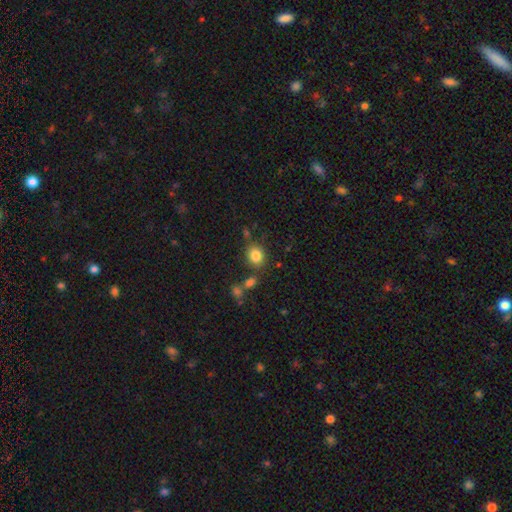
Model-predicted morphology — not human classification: A smooth galaxy with no disk features (83%) that is round (63%).

Vote fractions:
- Smooth or featured? smooth: 83% / star or artifact: 10% / featured or disk: 6%
- How rounded? round: 63% / in between: 36% / cigar-shaped: 1%
- Merging? none: 75% / minor disturbance: 12% / merger: 8% / major disturbance: 4%